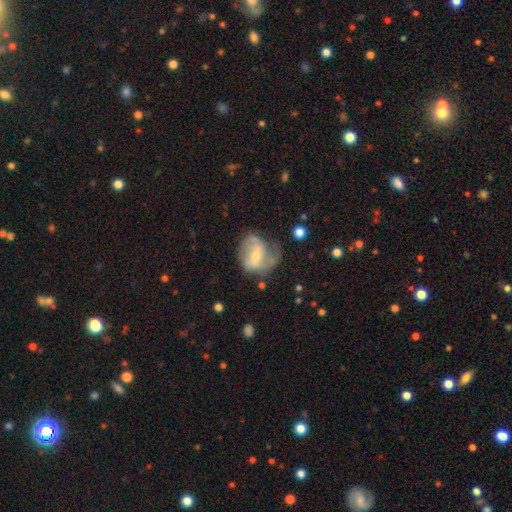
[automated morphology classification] smooth-or-featured: featured or disk: 70% | smooth: 22% | star or artifact: 7%
  disk-edge-on: no: 97% | yes: 3%
    bar: weak: 44% | no: 31% | strong: 24%
    has-spiral-arms: yes: 83% | no: 17%
      spiral-winding: medium: 42% | loose: 35% | tight: 23%
      spiral-arm-count: 2: 59% | can't tell: 17% | 1: 15% | 3: 6% | 4: 2% | more than 4: 1%
    bulge-size: small: 50% | moderate: 44% | none: 2% | large: 2% | dominant: 1%
  merging: none: 49% | minor disturbance: 28% | major disturbance: 21% | merger: 3%